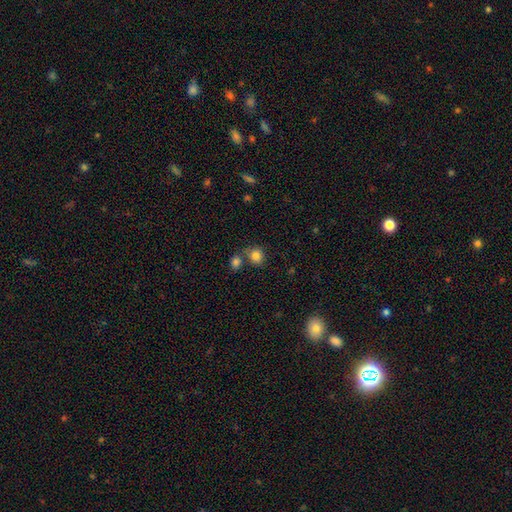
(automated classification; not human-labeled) A smooth galaxy with no disk features (83%) that is round (76%). Merging: none (61%).